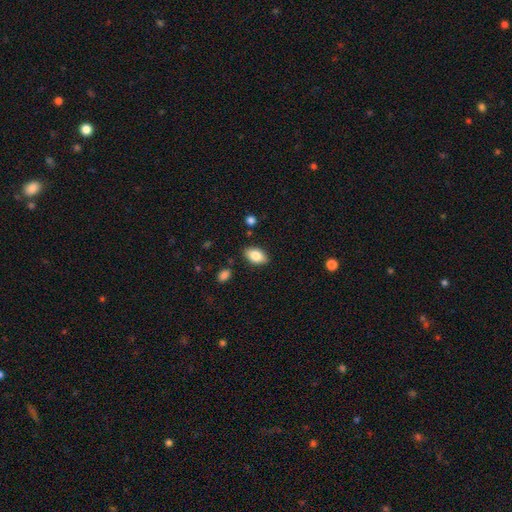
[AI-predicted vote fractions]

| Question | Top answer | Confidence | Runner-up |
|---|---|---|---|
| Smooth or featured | smooth | 83% | featured or disk (10%) |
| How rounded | in between | 91% | round (6%) |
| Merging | none | 85% | minor disturbance (11%) |